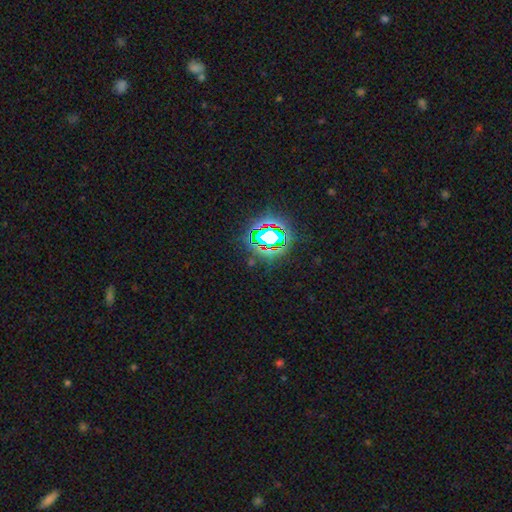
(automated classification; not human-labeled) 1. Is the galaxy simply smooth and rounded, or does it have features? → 80% star or artifact, 12% smooth, 8% featured or disk.